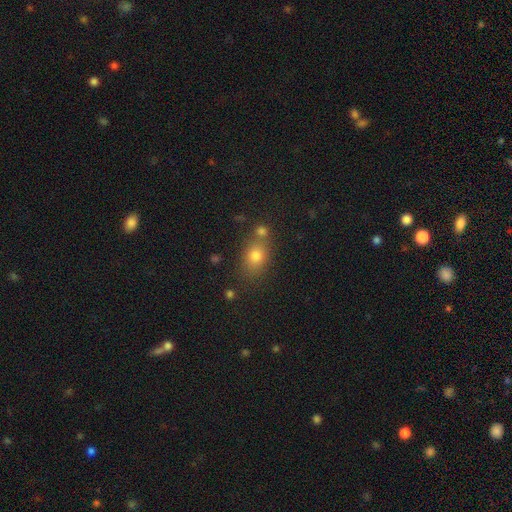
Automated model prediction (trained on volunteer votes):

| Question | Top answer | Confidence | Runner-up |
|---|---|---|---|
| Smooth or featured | smooth | 76% | star or artifact (13%) |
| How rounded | in between | 59% | round (39%) |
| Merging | none | 62% | merger (21%) |